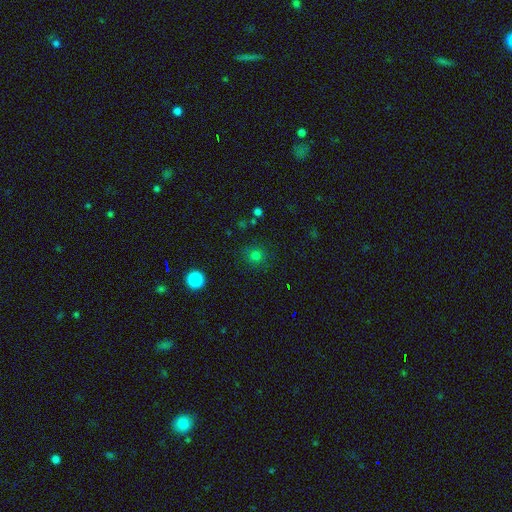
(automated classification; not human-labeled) smooth-or-featured: smooth: 74% | star or artifact: 19% | featured or disk: 6%
  how-rounded: round: 89% | in between: 10% | cigar-shaped: 1%
  merging: none: 85% | minor disturbance: 9% | major disturbance: 3% | merger: 2%